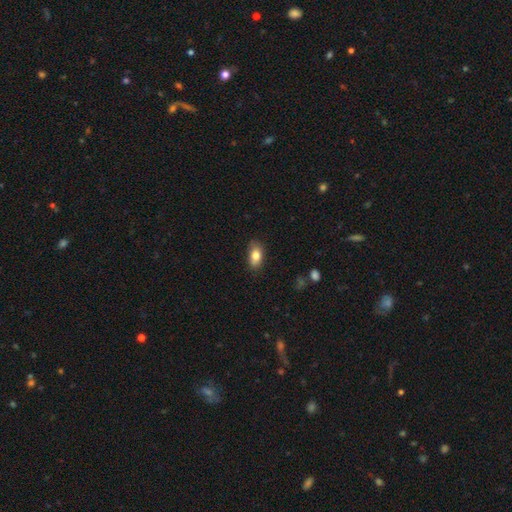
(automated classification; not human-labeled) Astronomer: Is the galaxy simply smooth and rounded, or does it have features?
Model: smooth — 81%.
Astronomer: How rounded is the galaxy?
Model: in between — 87%.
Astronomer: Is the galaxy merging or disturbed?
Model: none — 80%.